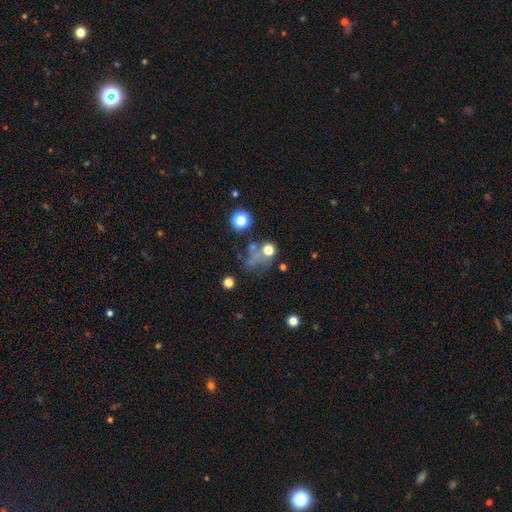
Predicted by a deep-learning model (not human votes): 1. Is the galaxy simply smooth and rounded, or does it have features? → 45% smooth, 33% star or artifact, 22% featured or disk.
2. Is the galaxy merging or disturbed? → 43% none, 26% major disturbance, 16% minor disturbance, 16% merger.